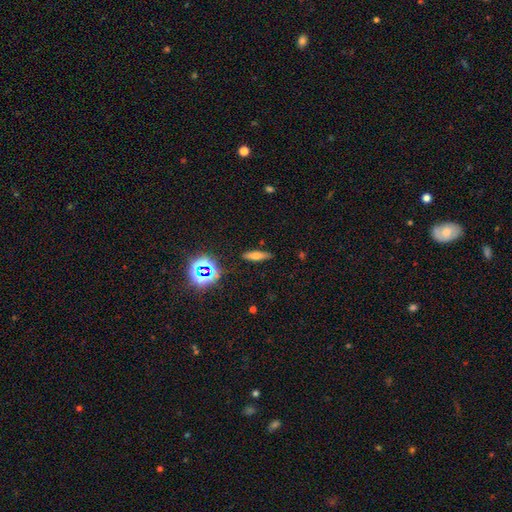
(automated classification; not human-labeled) Smooth or featured?
  - smooth: 57% *
  - featured or disk: 26%
  - star or artifact: 17%
How rounded?
  - cigar-shaped: 62% *
  - in between: 33%
  - round: 5%
Merging?
  - none: 85% *
  - minor disturbance: 10%
  - major disturbance: 3%
  - merger: 2%